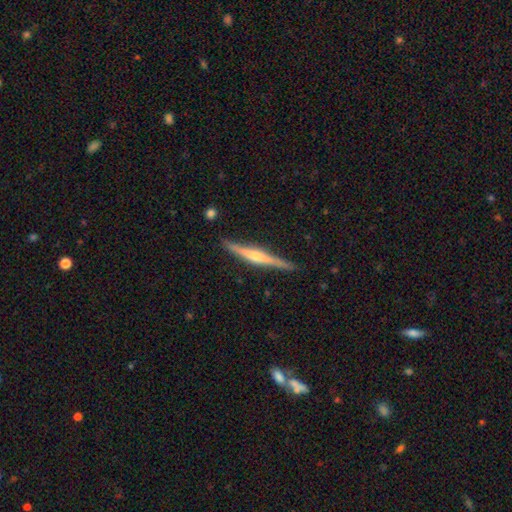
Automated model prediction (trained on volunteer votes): Smooth or featured?
  - featured or disk: 73% *
  - smooth: 22%
  - star or artifact: 5%
Edge-on disk?
  - yes: 98% *
  - no: 2%
Edge-on bulge?
  - rounded: 74% *
  - none: 15%
  - boxy: 11%
Merging?
  - none: 88% *
  - minor disturbance: 9%
  - major disturbance: 2%
  - merger: 1%